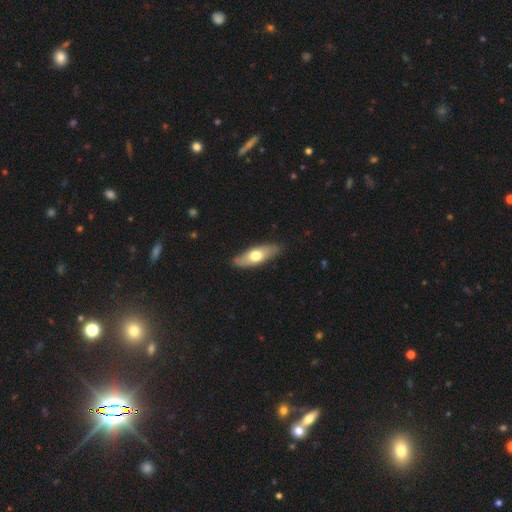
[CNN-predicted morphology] smooth_or_featured: smooth (p=0.58) [alt: featured or disk p=0.37]
how_rounded: in between (p=0.63) [alt: cigar-shaped p=0.35]
merging: none (p=0.84) [alt: minor disturbance p=0.13]